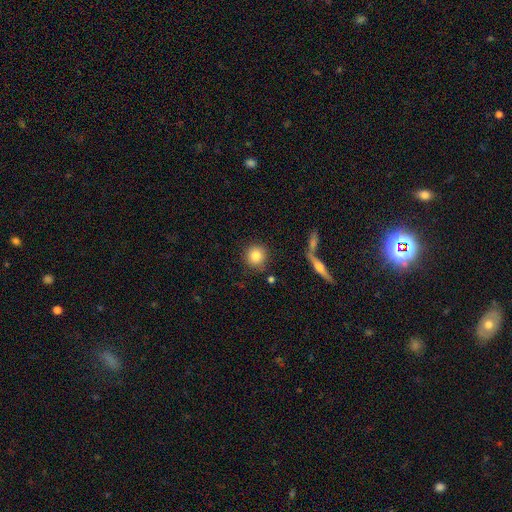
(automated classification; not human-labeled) This appears to be a smooth galaxy with no disk features (83%) that is round (92%). Merging: none (84%).